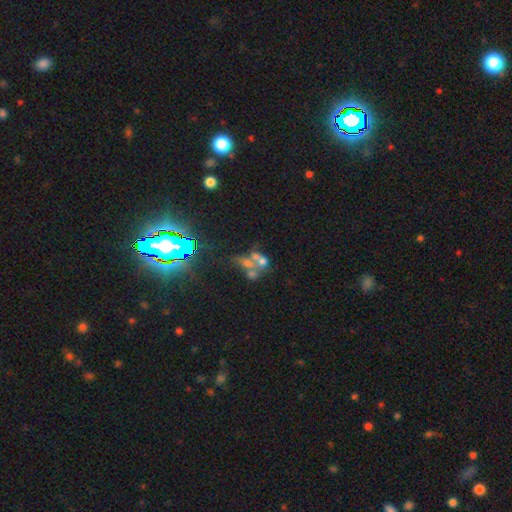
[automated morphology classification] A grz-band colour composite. It shows a star or artifact, not a galaxy (53%).